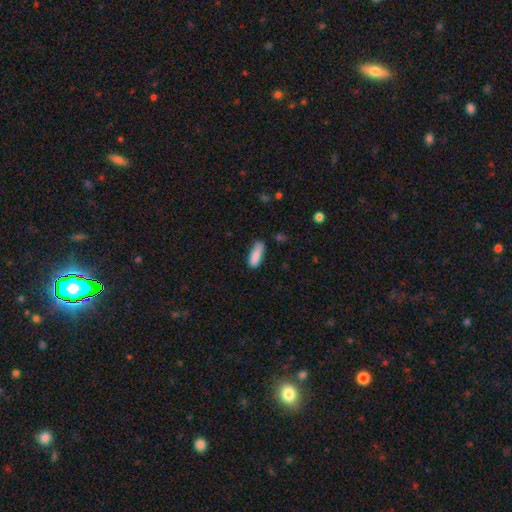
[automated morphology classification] Smooth or featured: smooth — 88% (star or artifact — 7%)
How rounded: in between — 61% (cigar-shaped — 37%)
Merging: none — 71% (minor disturbance — 23%)